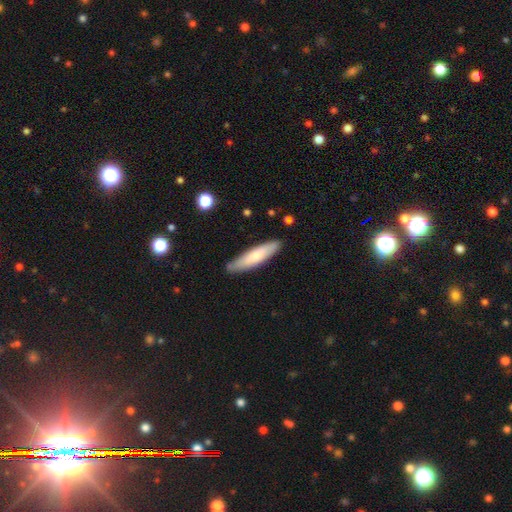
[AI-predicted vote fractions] A smooth galaxy with no disk features (70%) that is cigar-shaped (75%). Merging: none (84%).